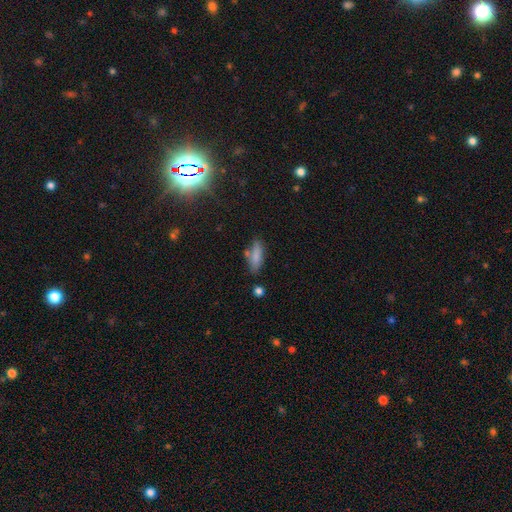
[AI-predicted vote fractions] smooth-or-featured: smooth: 77% | featured or disk: 14% | star or artifact: 8%
  how-rounded: in between: 55% | cigar-shaped: 43% | round: 3%
  merging: none: 68% | minor disturbance: 19% | merger: 9% | major disturbance: 5%